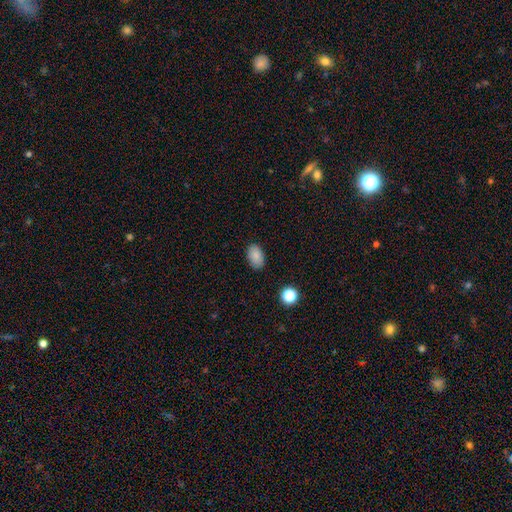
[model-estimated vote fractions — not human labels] smooth-or-featured: smooth: 86% | star or artifact: 9% | featured or disk: 5%
  how-rounded: in between: 89% | round: 9% | cigar-shaped: 1%
  merging: none: 86% | minor disturbance: 11% | major disturbance: 2% | merger: 1%